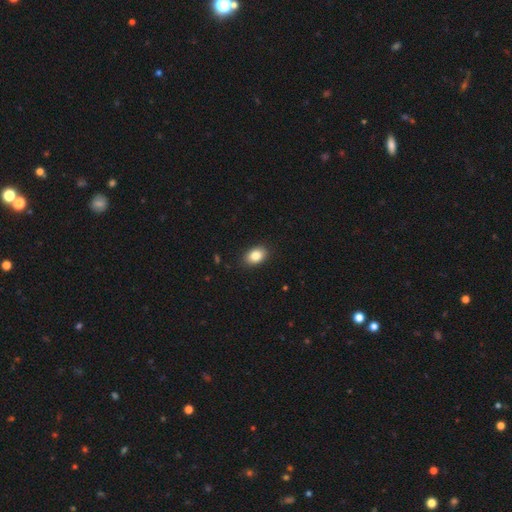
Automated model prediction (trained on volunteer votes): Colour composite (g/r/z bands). It shows a smooth galaxy with no disk features (85%) that is in between round and cigar-shaped (81%). Merging: none (89%).